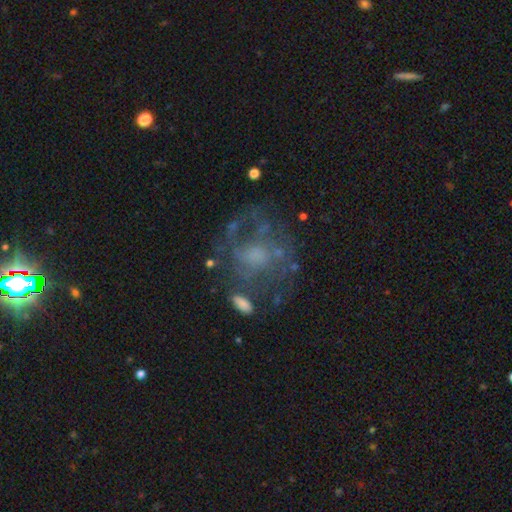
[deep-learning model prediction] The model was most divided on "bulge size": moderate: 32%, none: 30%, small: 28%, large: 8%, dominant: 2%. More confident: edge-on disk — no (97%); bar — no (75%); smooth or featured — featured or disk (66%); spiral arms — yes (55%); merging — none (55%).